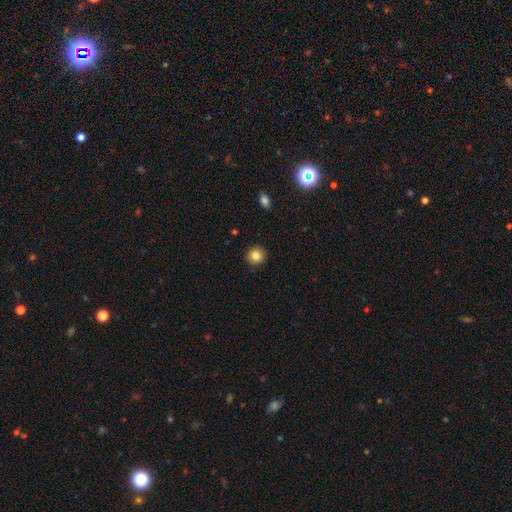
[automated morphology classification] The model was most divided on "smooth or featured": smooth: 84%, star or artifact: 10%, featured or disk: 6%. More confident: how rounded — round (91%); merging — none (90%).